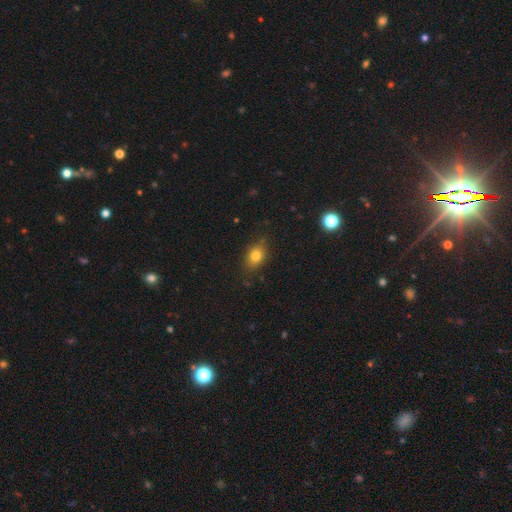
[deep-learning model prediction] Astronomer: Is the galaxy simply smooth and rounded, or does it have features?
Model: smooth — 79%.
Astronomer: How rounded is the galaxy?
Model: in between — 71%.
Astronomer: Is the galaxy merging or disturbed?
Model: none — 79%.